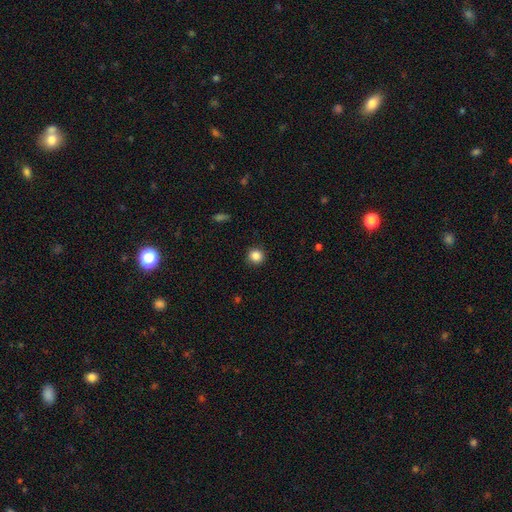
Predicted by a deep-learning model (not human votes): This is clearly a smooth galaxy (86%). How rounded: clearly round (92%). Merging: clearly none (91%).